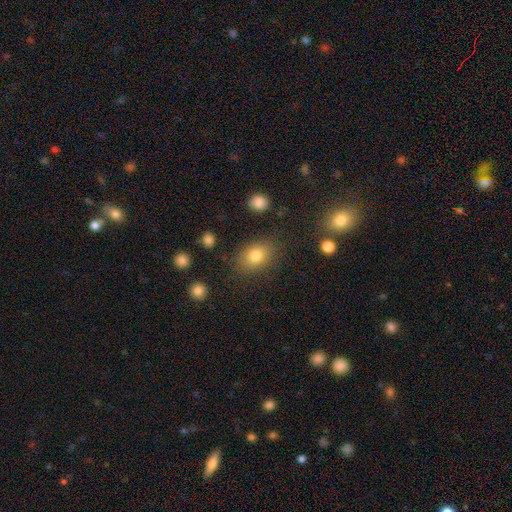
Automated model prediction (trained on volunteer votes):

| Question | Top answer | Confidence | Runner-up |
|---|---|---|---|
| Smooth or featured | smooth | 79% | star or artifact (11%) |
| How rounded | in between | 73% | round (26%) |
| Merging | none | 81% | minor disturbance (12%) |